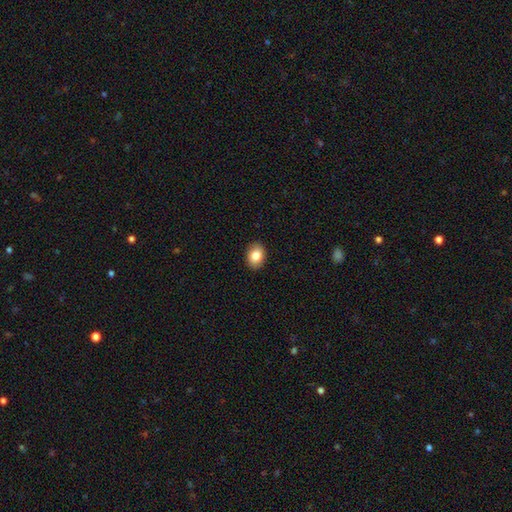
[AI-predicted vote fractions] Q: Smooth or featured?
A: smooth (85%); runner-up: star or artifact (8%)
Q: How rounded?
A: in between (74%); runner-up: round (25%)
Q: Merging?
A: none (90%); runner-up: minor disturbance (7%)